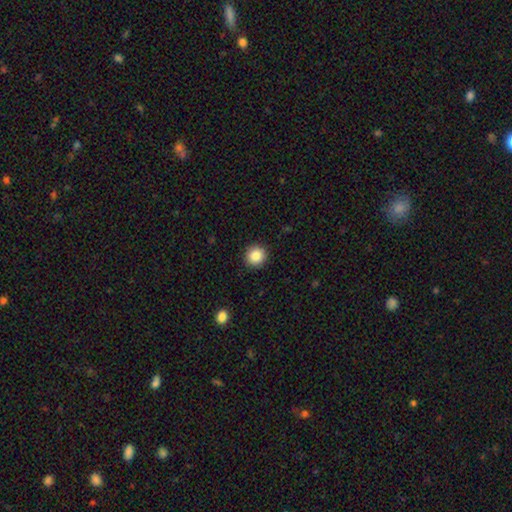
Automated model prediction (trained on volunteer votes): This is clearly a smooth galaxy (86%). How rounded: clearly round (94%). Merging: clearly none (92%).